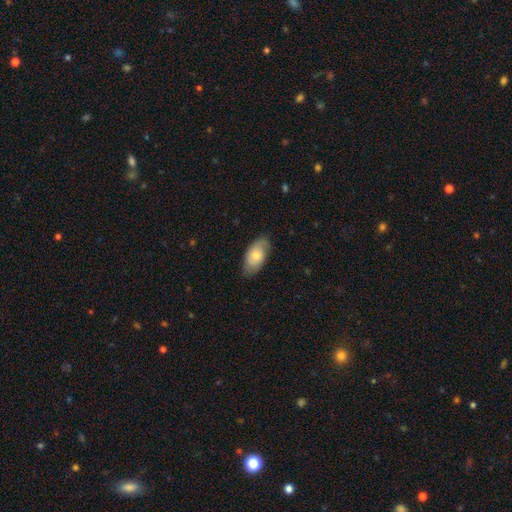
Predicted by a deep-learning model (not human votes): Overall: smooth (67%; featured or disk 27%). How rounded: in between (93%). Merging: none (79%).